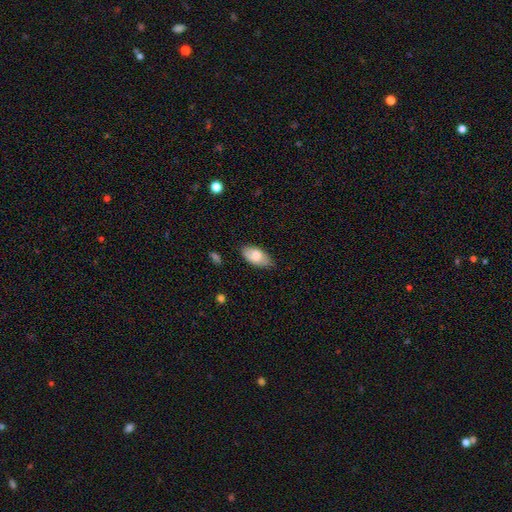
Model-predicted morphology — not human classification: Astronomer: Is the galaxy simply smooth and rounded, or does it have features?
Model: smooth — 77%.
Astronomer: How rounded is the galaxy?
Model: in between — 94%.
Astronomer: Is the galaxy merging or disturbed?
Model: none — 75%.